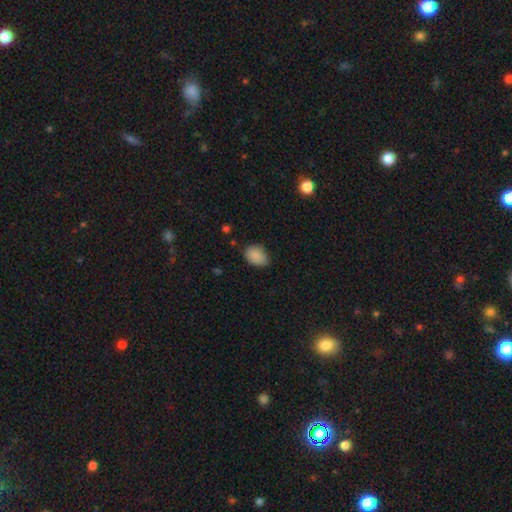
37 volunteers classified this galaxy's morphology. This appears to be a smooth galaxy with no disk features (92%) that is in between round and cigar-shaped (68%). Merging: none (66%).